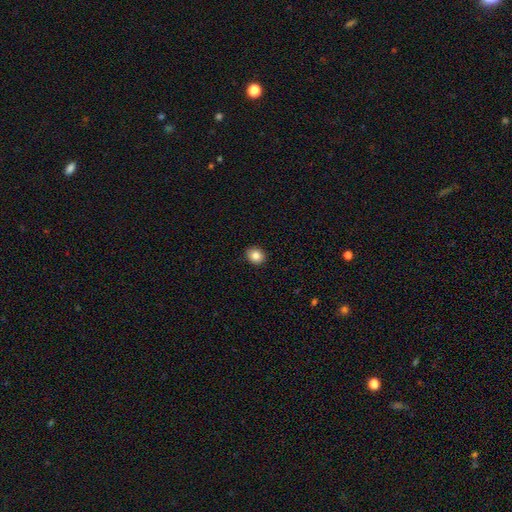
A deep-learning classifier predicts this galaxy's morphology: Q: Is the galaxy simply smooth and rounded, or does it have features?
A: smooth — 84%.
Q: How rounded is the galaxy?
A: round — 63%.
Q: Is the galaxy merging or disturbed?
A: none — 90%.